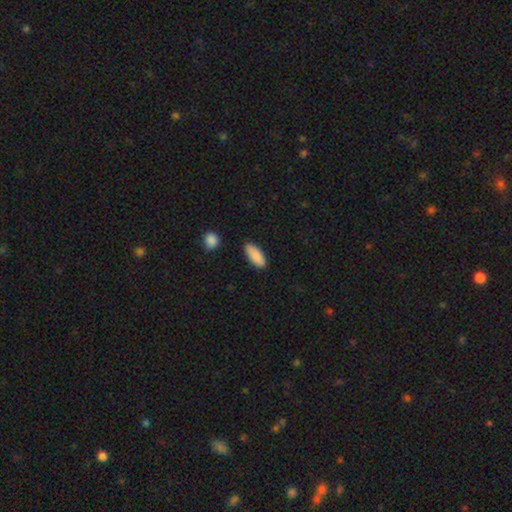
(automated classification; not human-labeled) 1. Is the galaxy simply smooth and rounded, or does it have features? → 89% smooth, 6% star or artifact, 5% featured or disk.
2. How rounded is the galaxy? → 81% in between, 17% cigar-shaped, 2% round.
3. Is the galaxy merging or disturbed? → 84% none, 12% minor disturbance, 2% major disturbance, 2% merger.